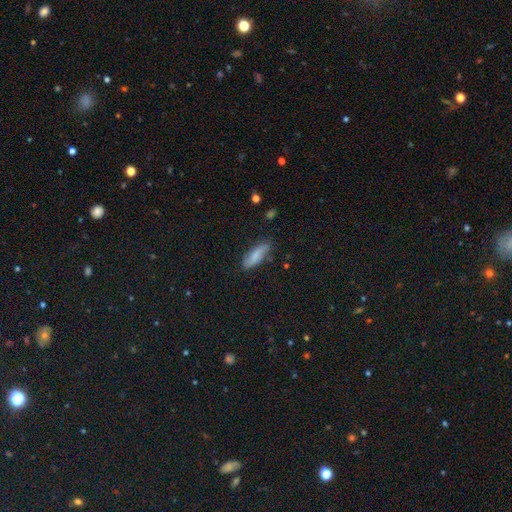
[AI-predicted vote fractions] A smooth galaxy with no disk features (75%) that is in between round and cigar-shaped (52%).

Vote fractions:
- Smooth or featured? smooth: 75% / featured or disk: 18% / star or artifact: 7%
- How rounded? in between: 52% / cigar-shaped: 46% / round: 2%
- Merging? none: 75% / minor disturbance: 19% / major disturbance: 4% / merger: 2%